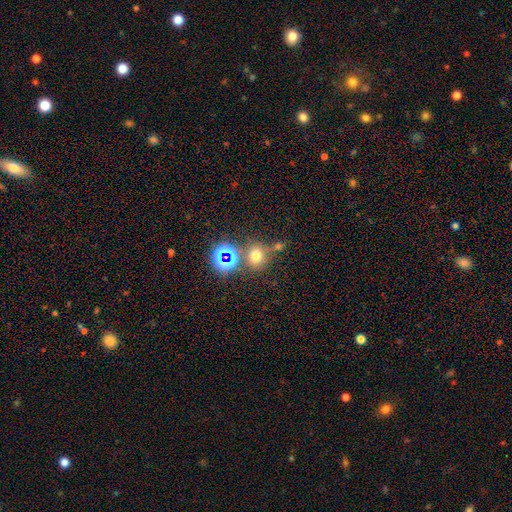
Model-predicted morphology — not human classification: Smooth or featured: smooth — 64% (star or artifact — 27%)
How rounded: round — 83% (in between — 16%)
Merging: none — 68% (merger — 16%)